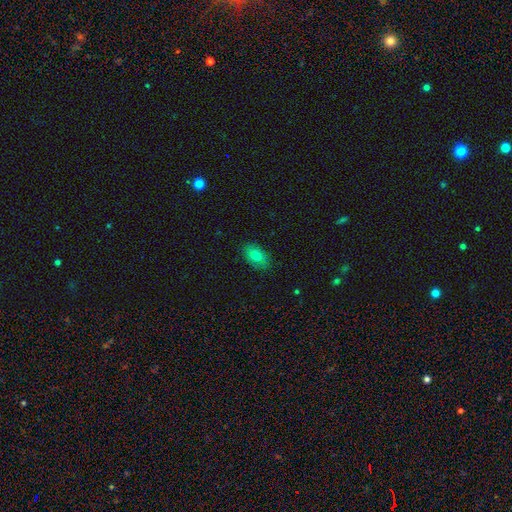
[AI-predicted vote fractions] Overall: smooth (76%). How rounded: in between (88%). Merging: none (86%).